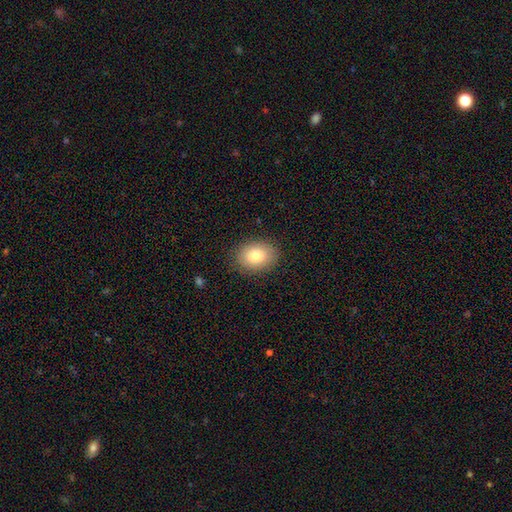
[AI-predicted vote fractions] Smooth or featured?
  - smooth: 78% *
  - featured or disk: 13%
  - star or artifact: 9%
How rounded?
  - in between: 61% *
  - round: 38%
  - cigar-shaped: 1%
Merging?
  - none: 86% *
  - minor disturbance: 10%
  - major disturbance: 3%
  - merger: 1%